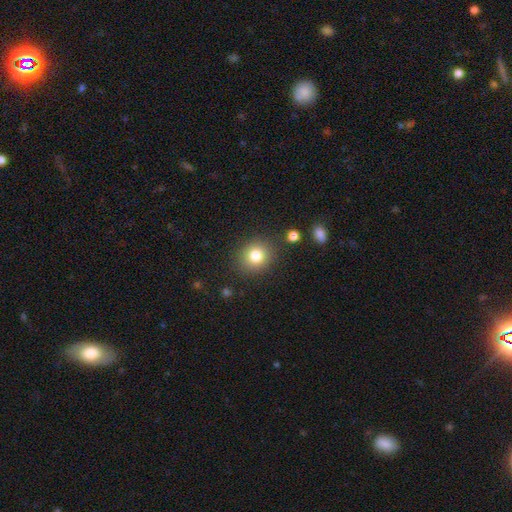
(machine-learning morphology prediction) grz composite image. It shows a smooth galaxy with no disk features (80%) that is round (76%). Merging: none (85%).